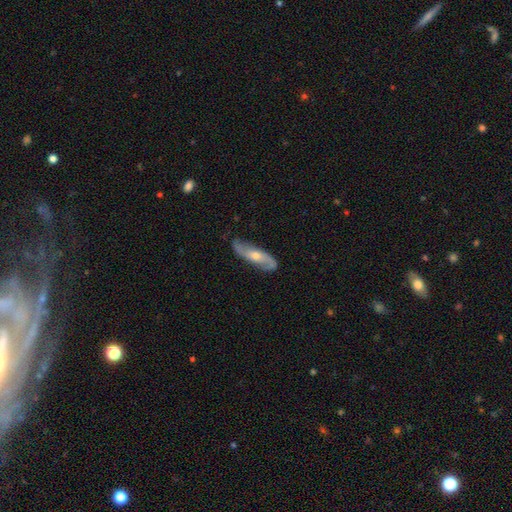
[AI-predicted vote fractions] featured or disk 74%, smooth 20%, star or artifact 6%. Down the decision tree: edge-on disk — no (80%); bar — no (58%); spiral arms — yes (91%); spiral arm count — 2 (87%); spiral winding — loose (46%); bulge size — moderate (59%); merging — none (77%).